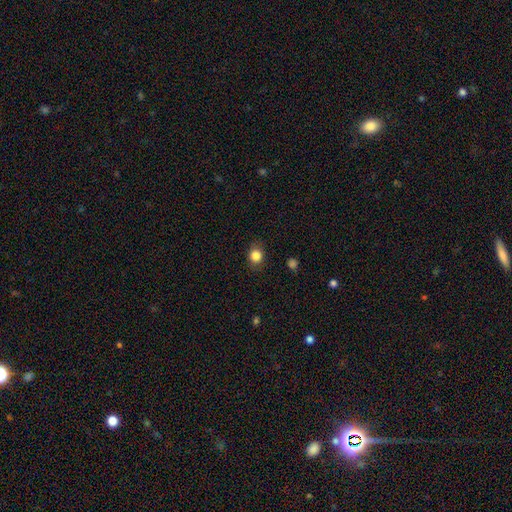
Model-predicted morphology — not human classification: type=smooth (84%); roundness=round (70%); merging=none (83%).